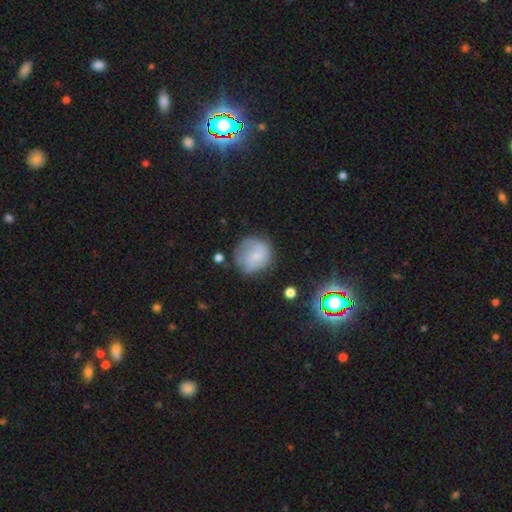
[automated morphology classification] A smooth galaxy with no disk features (64%) that is round (85%).

Vote fractions:
- Smooth or featured? smooth: 64% / featured or disk: 26% / star or artifact: 10%
- How rounded? round: 85% / in between: 14% / cigar-shaped: 1%
- Merging? none: 61% / minor disturbance: 26% / major disturbance: 11% / merger: 3%